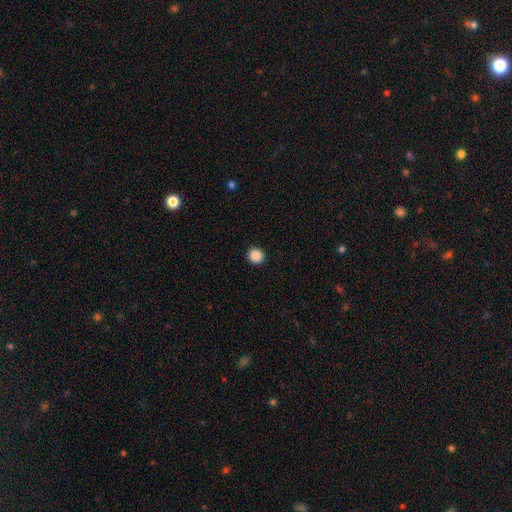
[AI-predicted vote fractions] Morphology: type=smooth (89%); roundness=round (92%); merging=none (93%).